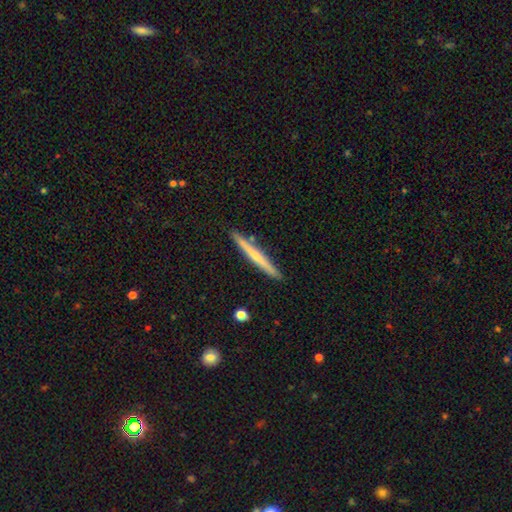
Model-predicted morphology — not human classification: smooth 47% (tied), featured or disk 47% (tied), star or artifact 6%. Down the decision tree: merging — none (90%).